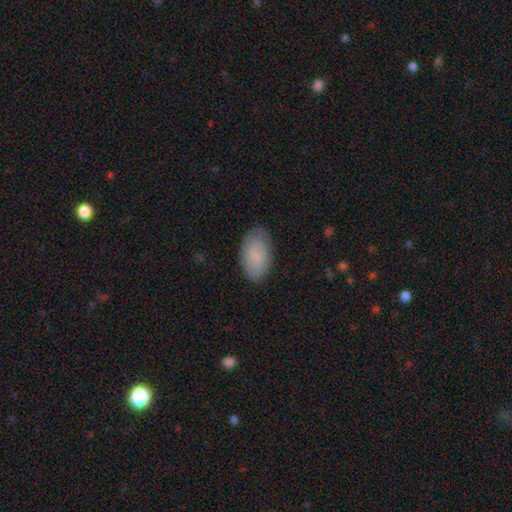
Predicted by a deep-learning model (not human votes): Morphology: type=smooth (86%); roundness=in between (95%); merging=none (81%).